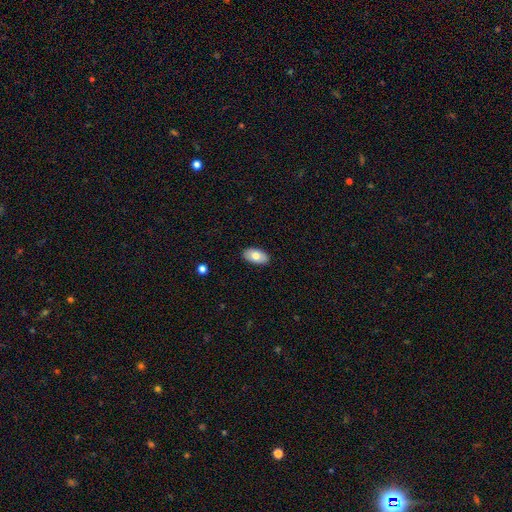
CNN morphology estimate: This appears to be a smooth galaxy with no disk features (75%) that is in between round and cigar-shaped (94%). Merging: none (88%).